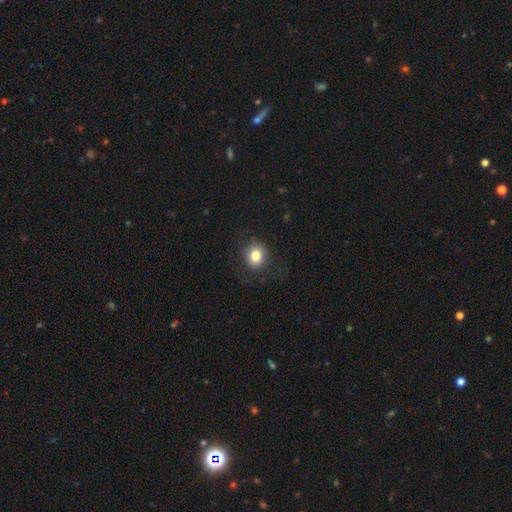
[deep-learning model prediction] Smooth or featured?
  - smooth: 82% *
  - star or artifact: 10%
  - featured or disk: 7%
How rounded?
  - round: 73% *
  - in between: 26%
  - cigar-shaped: 1%
Merging?
  - none: 85% *
  - minor disturbance: 10%
  - major disturbance: 4%
  - merger: 1%